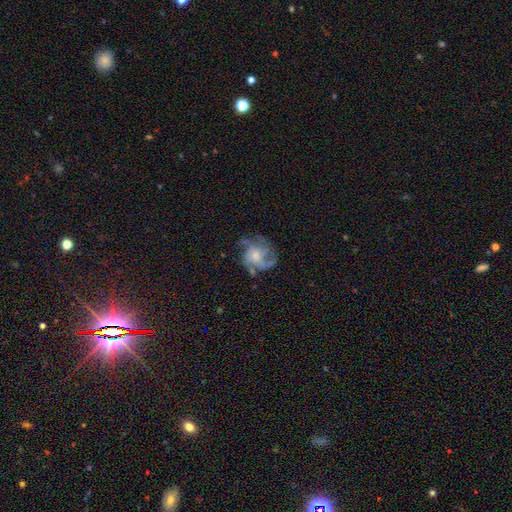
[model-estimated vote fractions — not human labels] A featured or disk galaxy (73%) with no bar (73%), 4 (35%) medium (47%) spiral arms (87%) and a moderate central bulge (47%).

Vote fractions:
- Smooth or featured? featured or disk: 73% / smooth: 17% / star or artifact: 9%
- Edge-on disk? no: 98% / yes: 2%
- Bar? no: 73% / weak: 23% / strong: 3%
- Spiral arms? yes: 87% / no: 13%
- Spiral winding? medium: 47% / tight: 27% / loose: 26%
- Spiral arm count? 4: 35% / 3: 24% / can't tell: 20% / more than 4: 9% / 2: 7% / 1: 6%
- Bulge size? moderate: 47% / small: 34% / large: 9% / none: 8% / dominant: 2%
- Merging? none: 62% / minor disturbance: 19% / major disturbance: 16% / merger: 2%